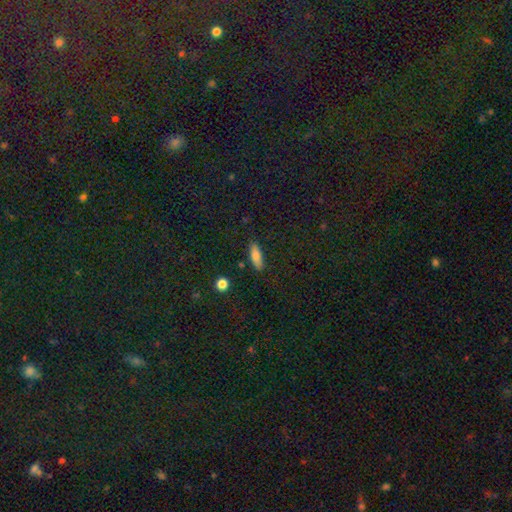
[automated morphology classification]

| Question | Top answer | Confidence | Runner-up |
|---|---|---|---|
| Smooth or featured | smooth | 81% | featured or disk (11%) |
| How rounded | in between | 63% | cigar-shaped (35%) |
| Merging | none | 85% | minor disturbance (11%) |